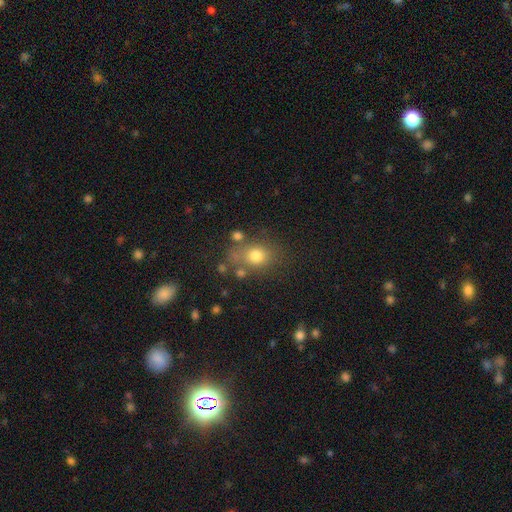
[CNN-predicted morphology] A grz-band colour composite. It shows a smooth galaxy with no disk features (73%) that is round (54%). Merging: none (67%).